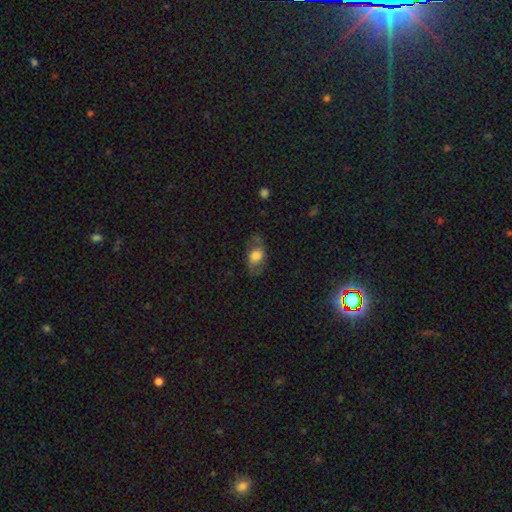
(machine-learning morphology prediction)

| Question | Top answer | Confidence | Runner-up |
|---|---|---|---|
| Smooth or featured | smooth | 57% | featured or disk (35%) |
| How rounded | in between | 79% | round (18%) |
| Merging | none | 66% | minor disturbance (20%) |